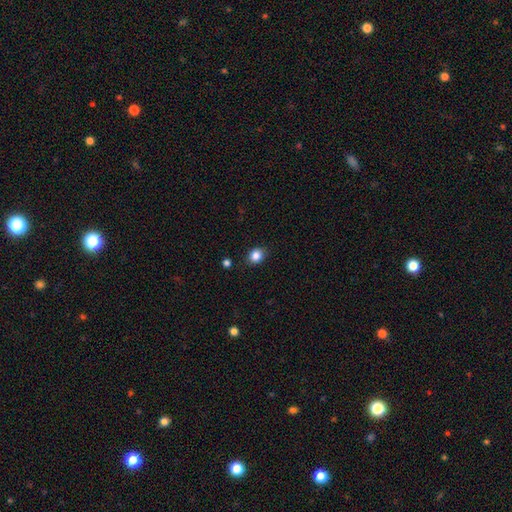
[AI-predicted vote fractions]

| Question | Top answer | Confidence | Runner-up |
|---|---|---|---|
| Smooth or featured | smooth | 85% | star or artifact (10%) |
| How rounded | round | 54% | in between (45%) |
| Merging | none | 86% | minor disturbance (10%) |